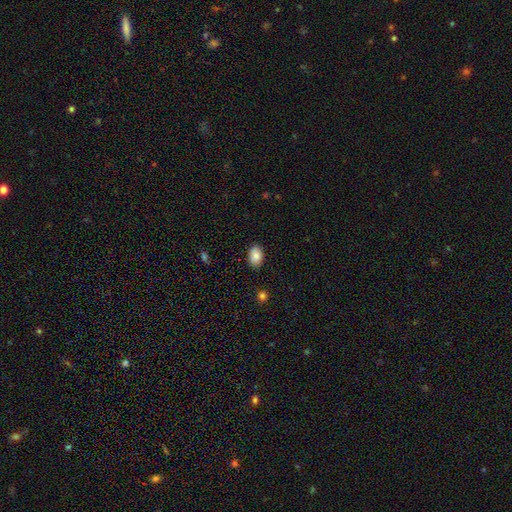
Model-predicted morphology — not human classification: Overall: smooth (86%). How rounded: in between (86%). Merging: none (86%).